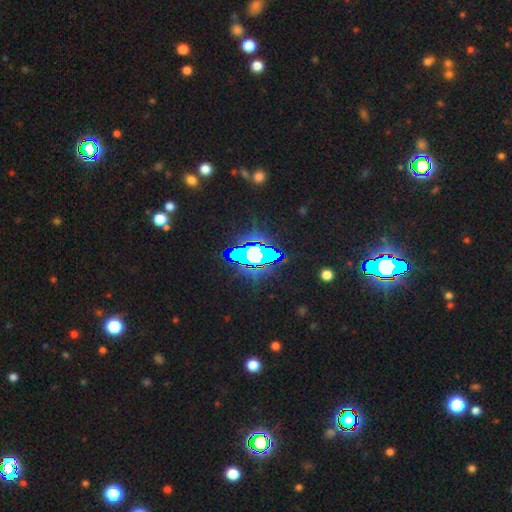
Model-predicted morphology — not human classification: Smooth or featured? Predicted: star or artifact (p=0.66).